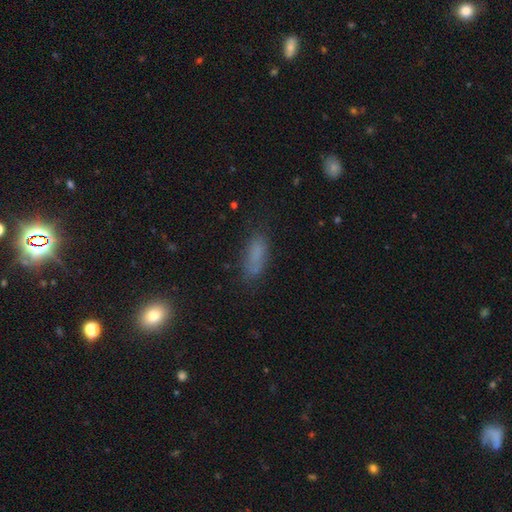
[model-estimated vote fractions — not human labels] This appears to be a smooth galaxy with no disk features (75%) that is in between round and cigar-shaped (69%). Merging: none (66%).